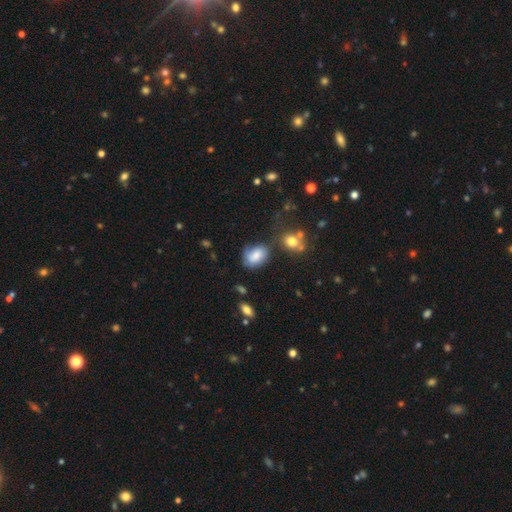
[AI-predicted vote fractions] smooth_or_featured: smooth (p=0.76) [alt: featured or disk p=0.15]
how_rounded: in between (p=0.79) [alt: round p=0.20]
merging: none (p=0.51) [alt: minor disturbance p=0.30]